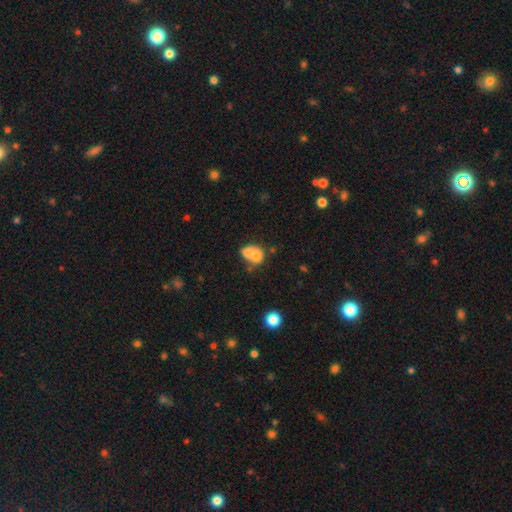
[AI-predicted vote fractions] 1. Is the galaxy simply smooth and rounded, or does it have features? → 67% smooth, 24% featured or disk, 9% star or artifact.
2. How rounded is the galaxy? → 51% round, 48% in between, 1% cigar-shaped.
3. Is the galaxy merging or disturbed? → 68% merger, 19% none, 7% minor disturbance, 6% major disturbance.